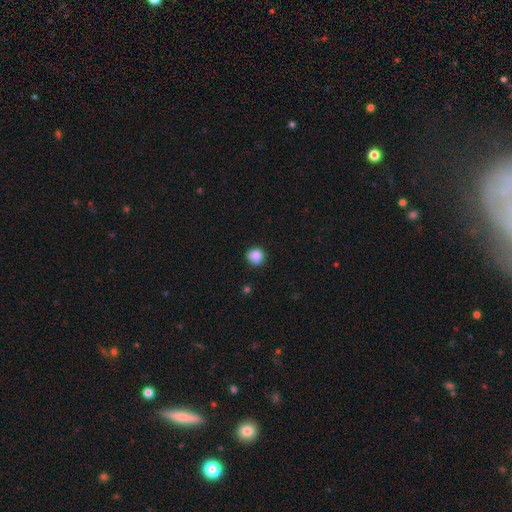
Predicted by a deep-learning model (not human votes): Smooth or featured? Predicted: smooth (p=0.87). How rounded? Predicted: round (p=0.90). Merging? Predicted: none (p=0.81).